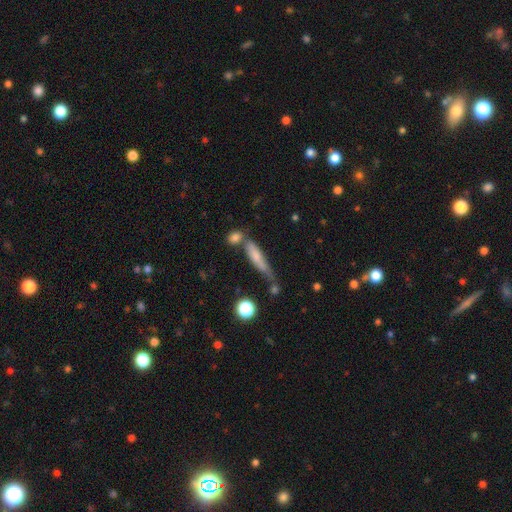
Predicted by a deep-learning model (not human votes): Overall: smooth (55%; featured or disk 35%). How rounded: cigar-shaped (81%). Merging: none (47%; minor disturbance 22%).